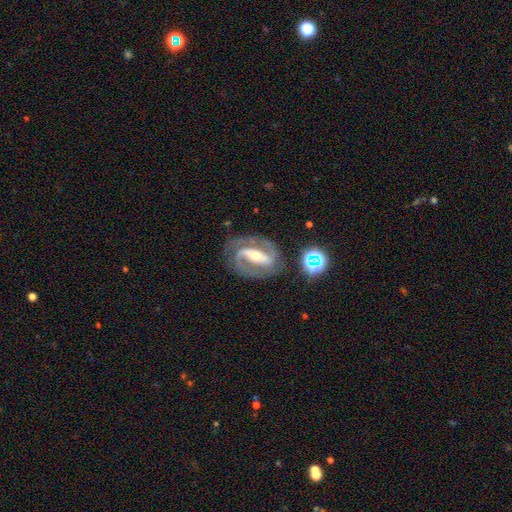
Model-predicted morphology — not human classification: Smooth or featured: featured or disk — 89% (smooth — 6%)
Edge-on disk: no — 95% (yes — 5%)
Bar: strong — 72% (weak — 19%)
Spiral arms: yes — 95% (no — 5%)
Spiral winding: medium — 46% (tight — 43%)
Spiral arm count: 2 — 90% (can't tell — 4%)
Bulge size: moderate — 47% (tied with small — 47%)
Merging: none — 80% (minor disturbance — 12%)